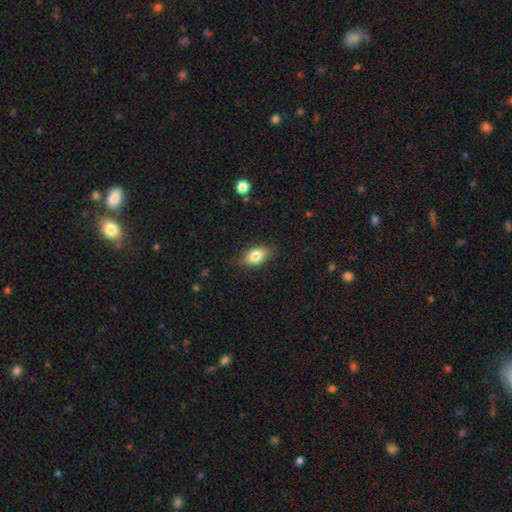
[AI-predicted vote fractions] This is clearly a smooth galaxy (82%). How rounded: clearly in between (85%). Merging: clearly none (83%).